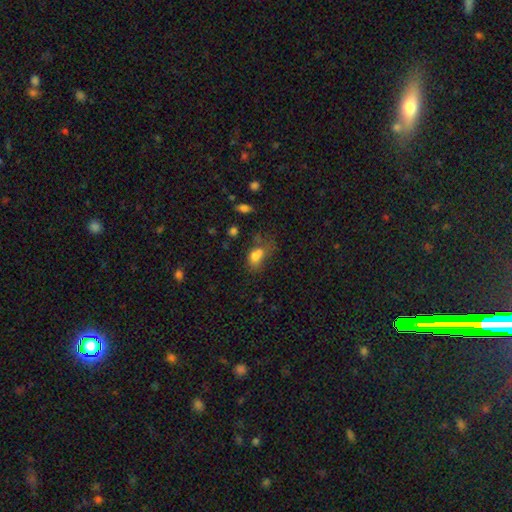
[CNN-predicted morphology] smooth 75%, featured or disk 14%, star or artifact 12%. Down the decision tree: how rounded — in between (79%); merging — major disturbance (28%).